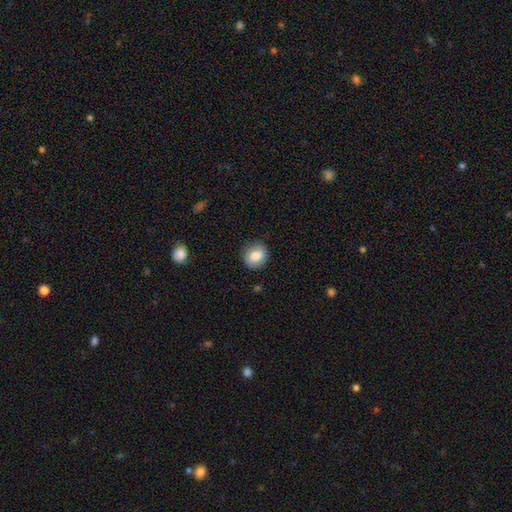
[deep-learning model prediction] A smooth galaxy with no disk features (80%) that is round (74%).

Vote fractions:
- Smooth or featured? smooth: 80% / featured or disk: 12% / star or artifact: 8%
- How rounded? round: 74% / in between: 25% / cigar-shaped: 1%
- Merging? none: 85% / minor disturbance: 11% / major disturbance: 3% / merger: 1%